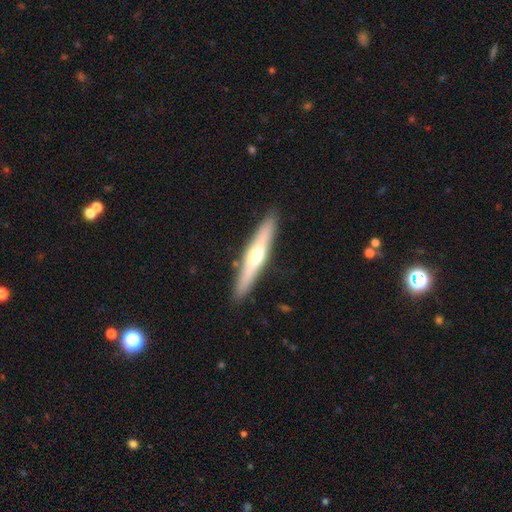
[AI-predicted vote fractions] This is possibly a featured or disk galaxy (54%). It is clearly viewed edge-on (92%). Merging: clearly none (89%).